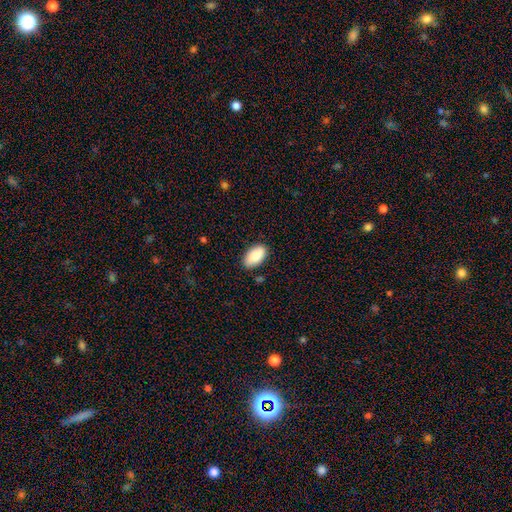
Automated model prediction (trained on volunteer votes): smooth_or_featured: smooth (p=0.89) [alt: star or artifact p=0.06]
how_rounded: in between (p=0.95) [alt: round p=0.03]
merging: none (p=0.84) [alt: minor disturbance p=0.12]